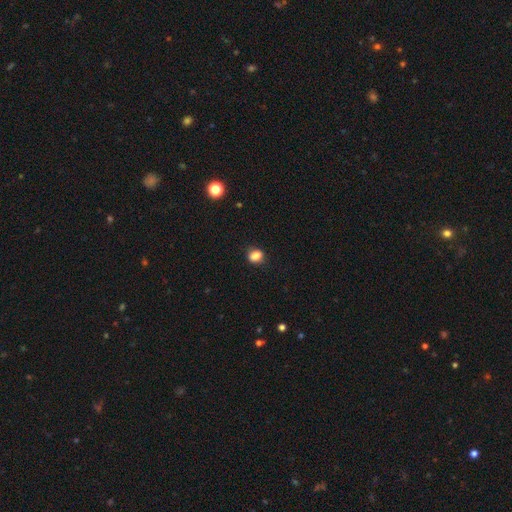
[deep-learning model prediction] This appears to be a smooth galaxy with no disk features (84%) that is in between round and cigar-shaped (51%). Merging: none (85%).